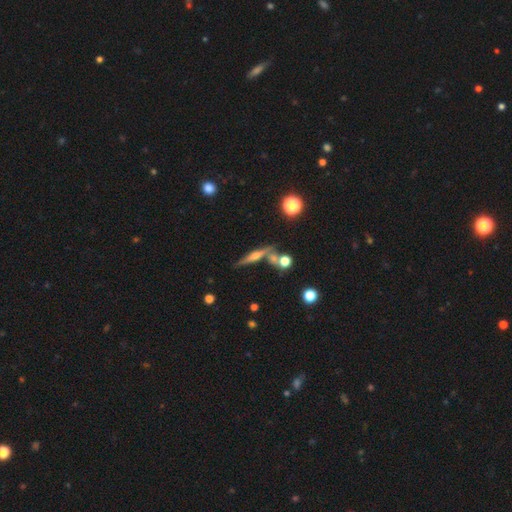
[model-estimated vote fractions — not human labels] Smooth or featured? featured or disk (68%)
Edge-on disk? yes (94%)
Edge-on bulge? rounded (84%)
Merging? none (67%)